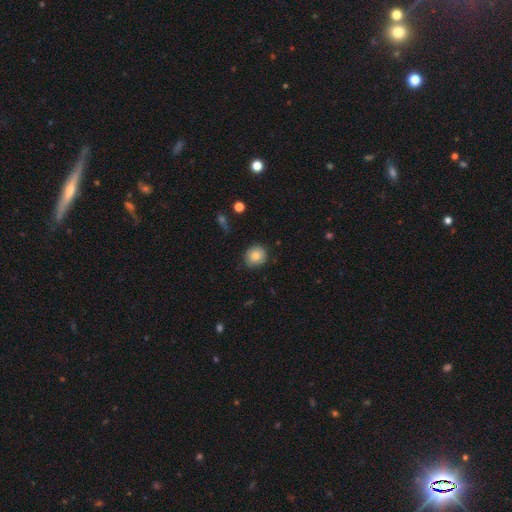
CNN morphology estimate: A smooth galaxy with no disk features (81%) that is round (85%).

Vote fractions:
- Smooth or featured? smooth: 81% / featured or disk: 10% / star or artifact: 9%
- How rounded? round: 85% / in between: 14% / cigar-shaped: 1%
- Merging? none: 83% / minor disturbance: 13% / major disturbance: 3% / merger: 1%